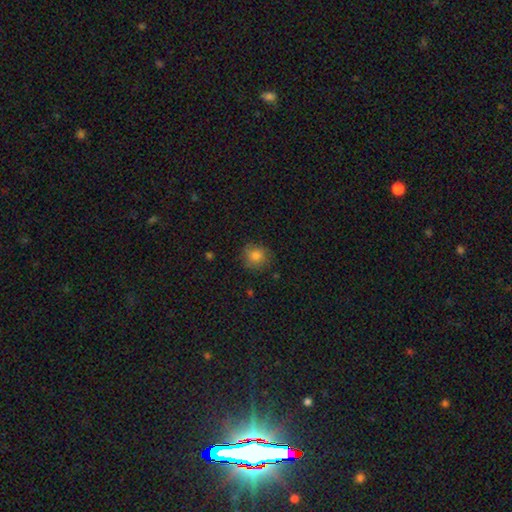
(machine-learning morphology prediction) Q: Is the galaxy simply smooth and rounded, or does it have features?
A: smooth — 82%.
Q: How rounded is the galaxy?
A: round — 88%.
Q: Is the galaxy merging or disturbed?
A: none — 81%.